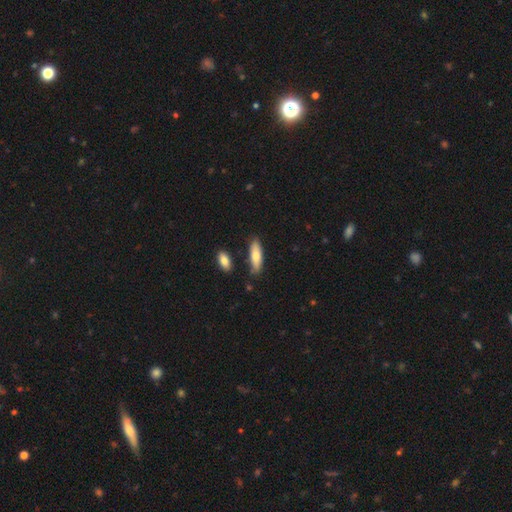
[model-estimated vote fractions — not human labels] Morphology: type=smooth (75%); roundness=in between (52%); merging=none (78%).